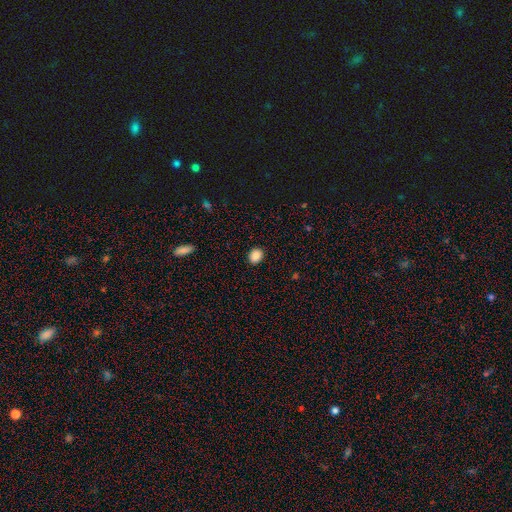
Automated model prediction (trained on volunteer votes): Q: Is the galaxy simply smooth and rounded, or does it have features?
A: smooth — 88%.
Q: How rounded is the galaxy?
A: round — 56%.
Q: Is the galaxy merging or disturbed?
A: none — 90%.